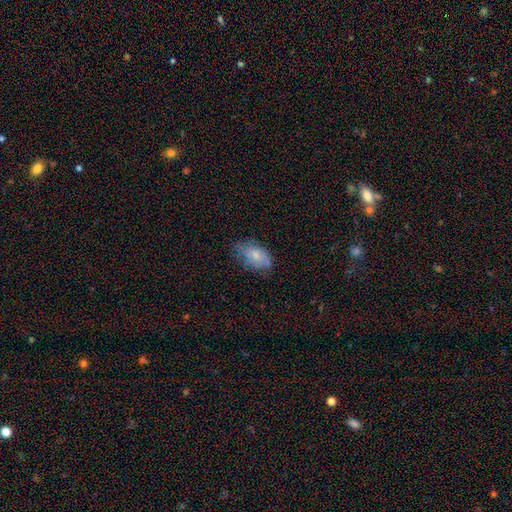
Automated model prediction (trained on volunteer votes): This appears to be a smooth galaxy with no disk features (69%) that is in between round and cigar-shaped (90%). Merging: none (59%).